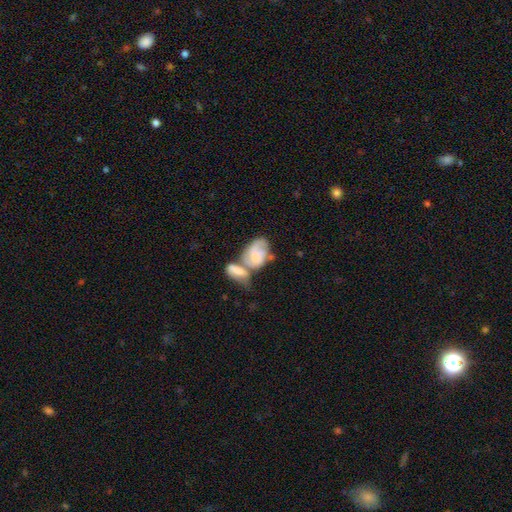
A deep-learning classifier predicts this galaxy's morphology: Smooth or featured? featured or disk (53%)
Edge-on disk? no (96%)
Bar? no (71%)
Spiral arms? yes (73%)
Bulge size? small (45%)
Merging? merger (60%)